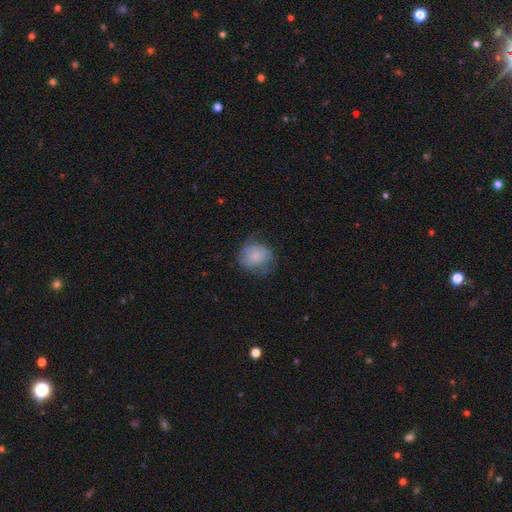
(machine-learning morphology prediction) Smooth or featured? smooth (67%)
How rounded? round (71%)
Merging? none (54%)